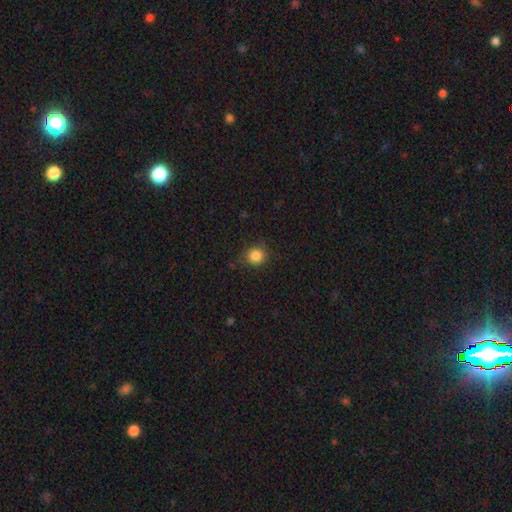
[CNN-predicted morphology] This is clearly a smooth galaxy (85%). How rounded: clearly round (88%). Merging: clearly none (80%).